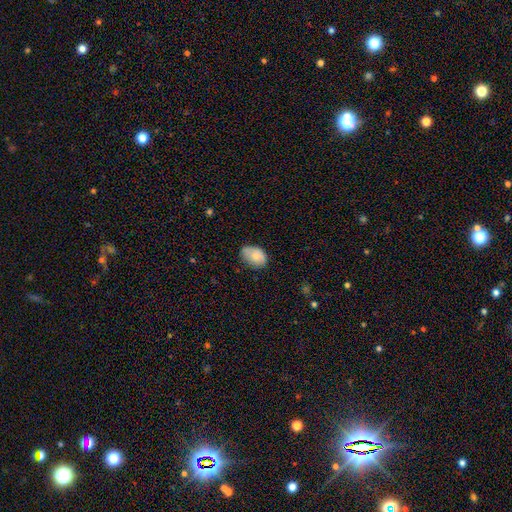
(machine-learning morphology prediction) smooth 76%, featured or disk 17%, star or artifact 7%. Down the decision tree: how rounded — in between (81%); merging — none (56%).